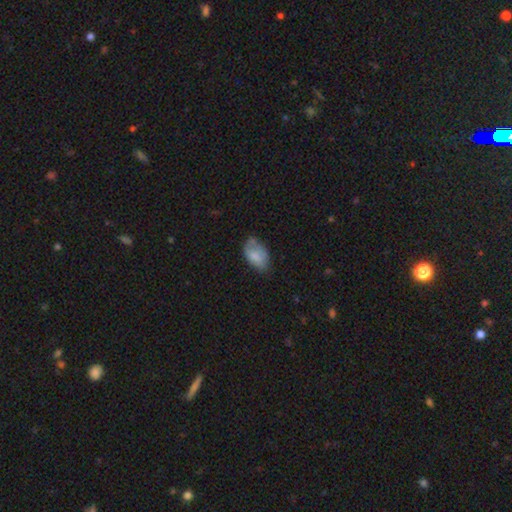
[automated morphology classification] type=smooth (73%); roundness=in between (92%); merging=none (49%).